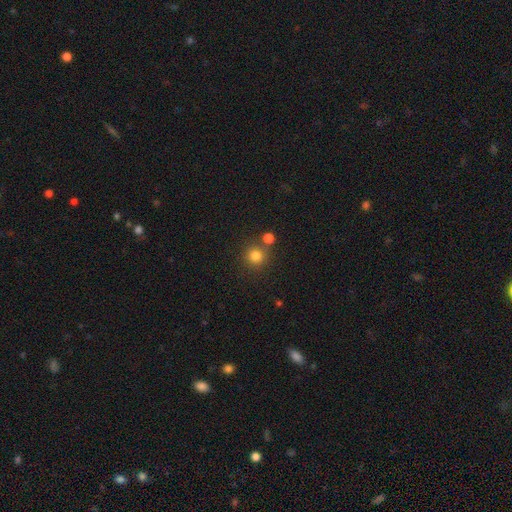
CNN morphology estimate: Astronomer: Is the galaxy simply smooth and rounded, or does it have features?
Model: smooth — 81%.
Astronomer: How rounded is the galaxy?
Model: round — 93%.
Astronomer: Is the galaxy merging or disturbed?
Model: none — 74%.